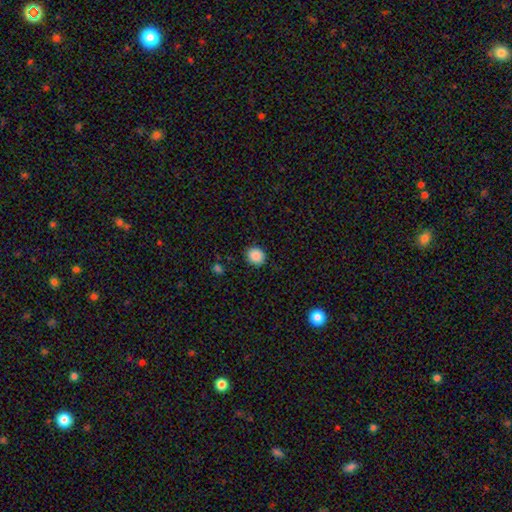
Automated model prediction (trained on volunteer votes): The model was most divided on "how rounded": round: 84%, in between: 15%, cigar-shaped: 1%. More confident: merging — none (90%); smooth or featured — smooth (88%).